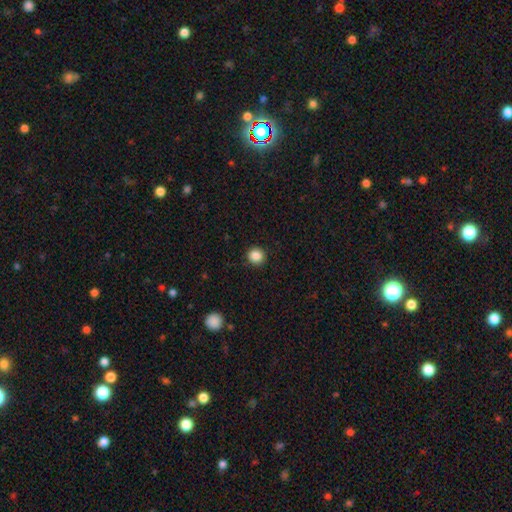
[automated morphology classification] smooth_or_featured: smooth (p=0.87) [alt: star or artifact p=0.10]
how_rounded: round (p=0.92) [alt: in between p=0.07]
merging: none (p=0.91) [alt: minor disturbance p=0.06]